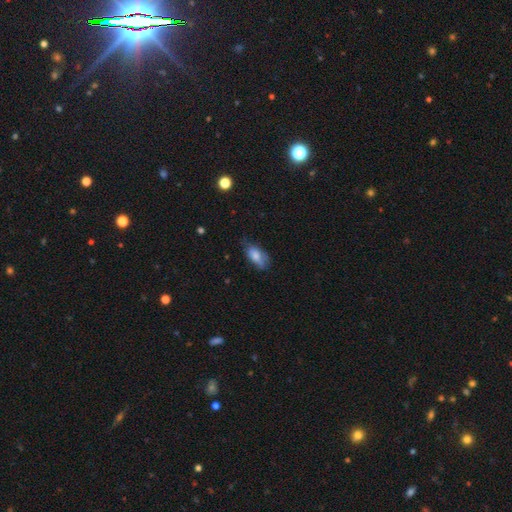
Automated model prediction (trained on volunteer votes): smooth 74%, featured or disk 18%, star or artifact 8%. Down the decision tree: how rounded — in between (89%); merging — none (54%).